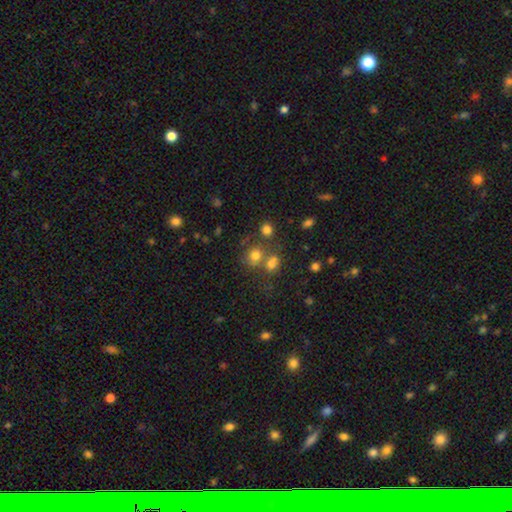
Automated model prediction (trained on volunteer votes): The model was most divided on "merging": none: 52%, merger: 31%, minor disturbance: 11%, major disturbance: 6%. More confident: smooth or featured — smooth (71%); how rounded — round (70%).